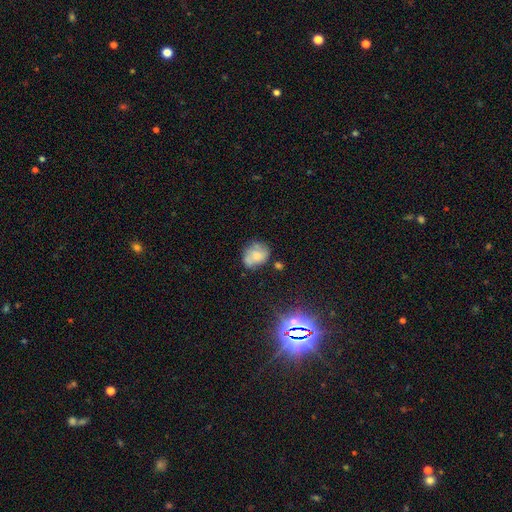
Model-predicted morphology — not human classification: Smooth or featured? smooth (62%)
How rounded? in between (53%)
Merging? none (54%)